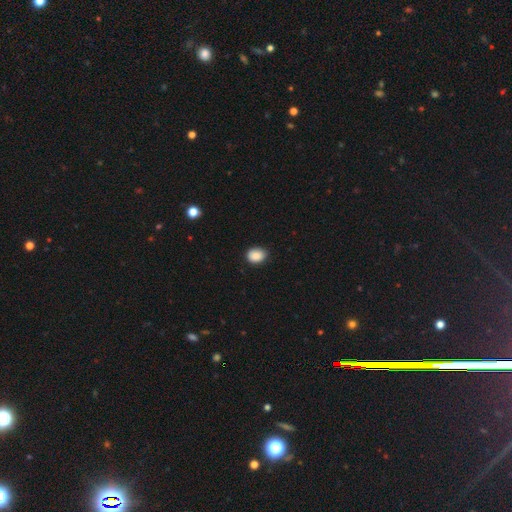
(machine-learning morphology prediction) This is clearly a smooth galaxy (88%). How rounded: possibly in between (55%). Merging: clearly none (83%).